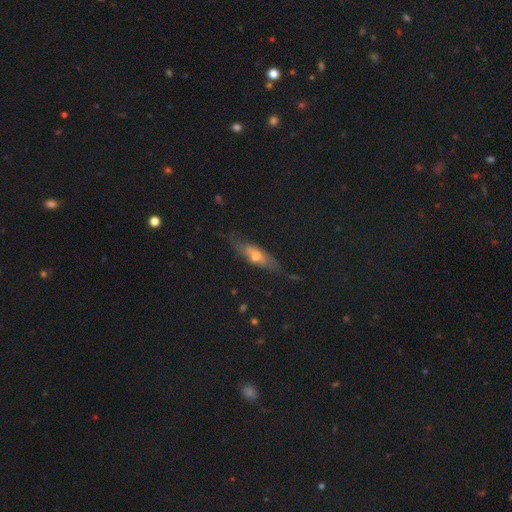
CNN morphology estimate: This is marginally a smooth galaxy (45%). Merging: likely none (69%).